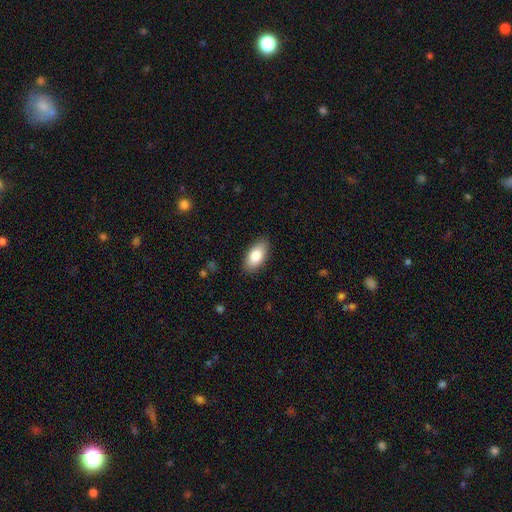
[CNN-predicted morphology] Q: Smooth or featured?
A: smooth (83%); runner-up: featured or disk (11%)
Q: How rounded?
A: in between (92%); runner-up: cigar-shaped (5%)
Q: Merging?
A: none (87%); runner-up: minor disturbance (10%)